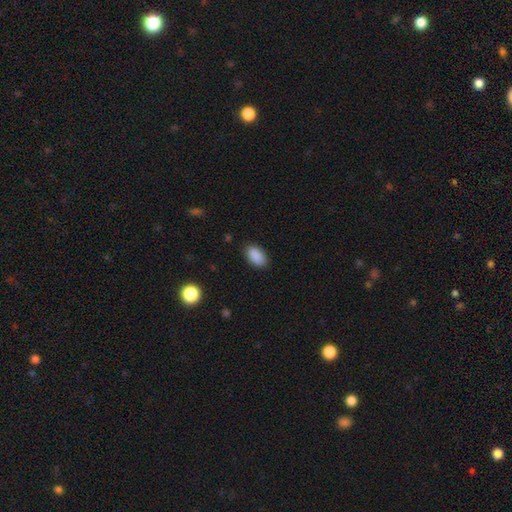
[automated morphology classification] Q: Smooth or featured?
A: smooth (89%); runner-up: star or artifact (8%)
Q: How rounded?
A: in between (93%); runner-up: round (5%)
Q: Merging?
A: none (86%); runner-up: minor disturbance (11%)